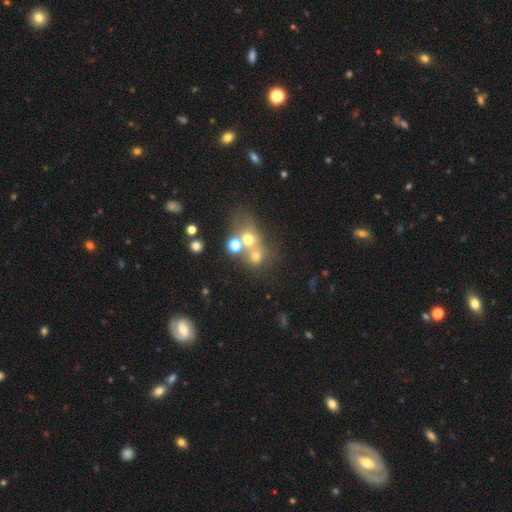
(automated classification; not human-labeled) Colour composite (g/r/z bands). It shows a smooth galaxy with no disk features (57%) that is round (69%). Merging: merger (44%).